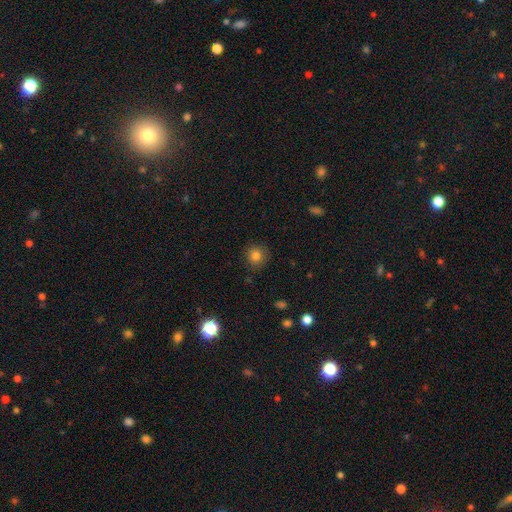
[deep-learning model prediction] smooth_or_featured: smooth (p=0.81) [alt: star or artifact p=0.13]
how_rounded: round (p=0.90) [alt: in between p=0.09]
merging: none (p=0.86) [alt: minor disturbance p=0.10]